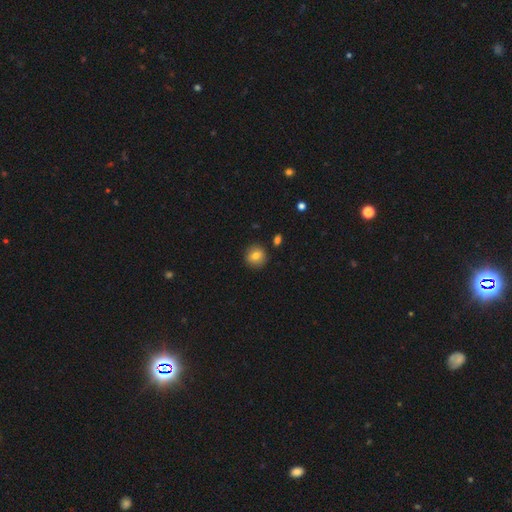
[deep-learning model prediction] This appears to be a smooth galaxy with no disk features (79%) that is round (90%). Merging: none (88%).